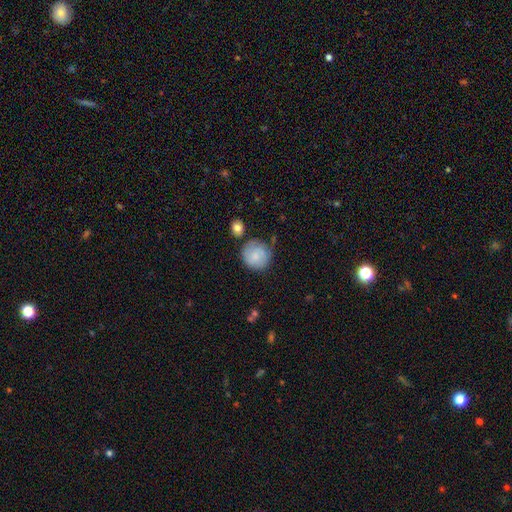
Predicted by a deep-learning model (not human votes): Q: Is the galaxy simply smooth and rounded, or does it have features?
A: smooth — 78%.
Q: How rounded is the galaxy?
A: round — 92%.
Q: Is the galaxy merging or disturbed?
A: none — 75%.